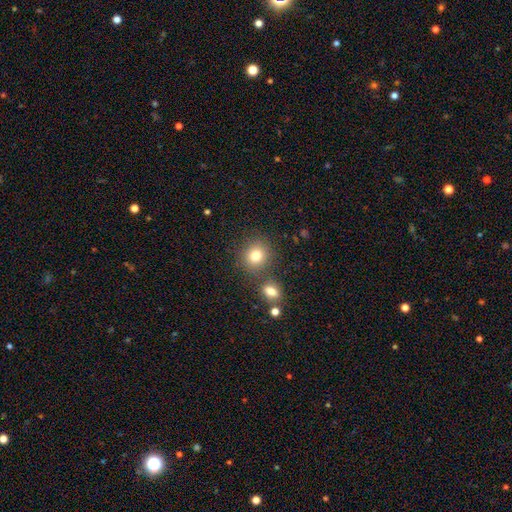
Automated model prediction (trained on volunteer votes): Overall: smooth (79%). How rounded: round (84%). Merging: none (75%).